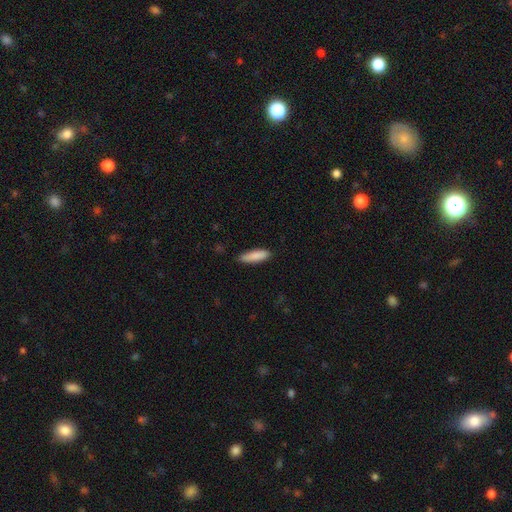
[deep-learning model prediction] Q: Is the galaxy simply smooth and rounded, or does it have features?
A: smooth — 87%.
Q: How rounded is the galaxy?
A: cigar-shaped — 63%.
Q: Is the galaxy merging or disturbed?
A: none — 85%.